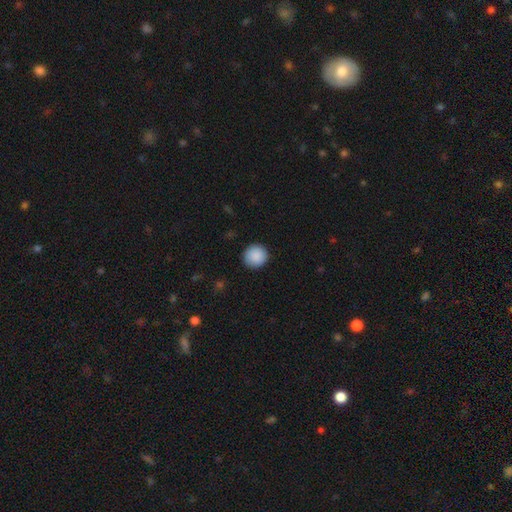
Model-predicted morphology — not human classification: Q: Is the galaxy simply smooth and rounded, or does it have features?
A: smooth — 90%.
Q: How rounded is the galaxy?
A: round — 93%.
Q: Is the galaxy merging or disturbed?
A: none — 91%.